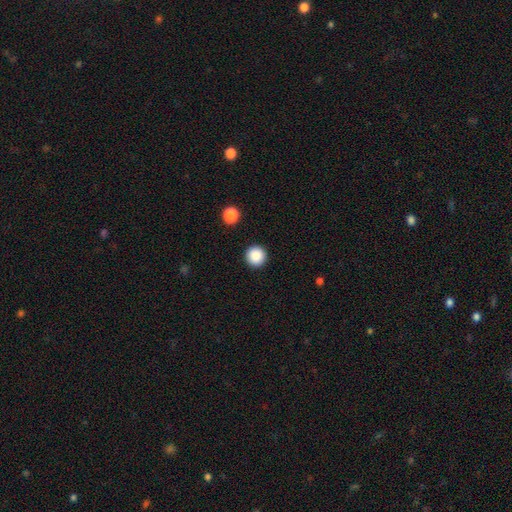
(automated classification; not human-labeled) Smooth or featured? smooth (88%)
How rounded? round (96%)
Merging? none (92%)